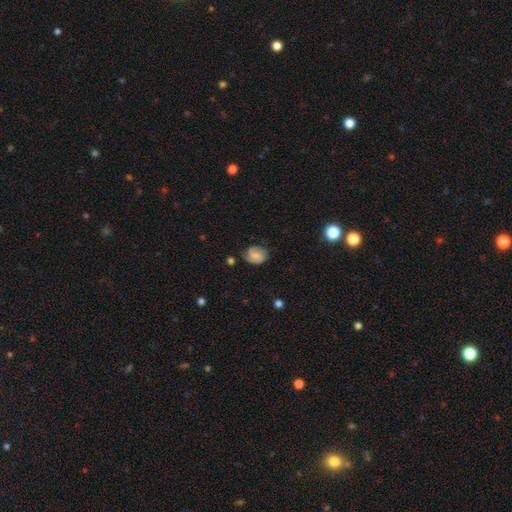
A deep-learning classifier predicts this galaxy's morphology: type=smooth (53%); roundness=in between (51%); merging=none (64%).